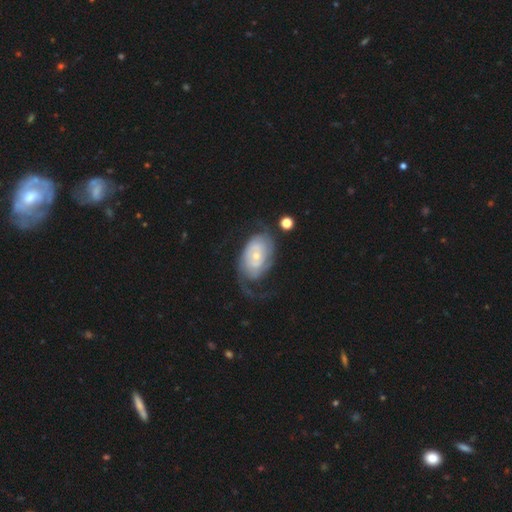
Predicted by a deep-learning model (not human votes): smooth-or-featured: featured or disk: 76% | smooth: 19% | star or artifact: 5%
  disk-edge-on: no: 96% | yes: 4%
    bar: no: 72% | weak: 23% | strong: 5%
    has-spiral-arms: yes: 87% | no: 13%
      spiral-winding: tight: 45% | medium: 31% | loose: 24%
      spiral-arm-count: 2: 50% | can't tell: 28% | 1: 10% | 3: 6% | 4: 3% | more than 4: 3%
    bulge-size: small: 65% | moderate: 29% | large: 3% | none: 2% | dominant: 1%
  merging: none: 47% | major disturbance: 29% | minor disturbance: 20% | merger: 4%